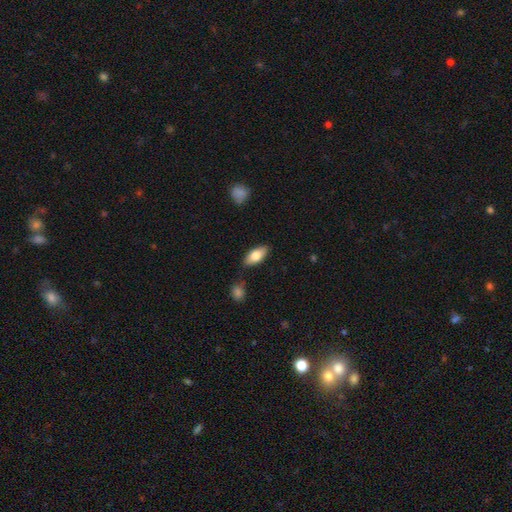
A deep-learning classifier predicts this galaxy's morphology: This is likely a smooth galaxy (77%). How rounded: clearly in between (87%). Merging: clearly none (83%).